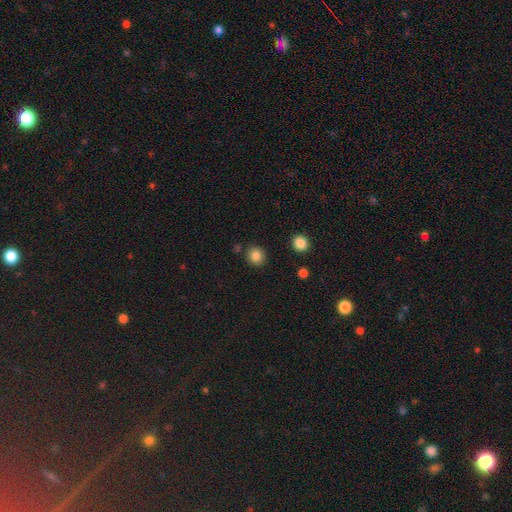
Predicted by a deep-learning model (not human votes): smooth-or-featured: smooth: 85% | star or artifact: 11% | featured or disk: 5%
  how-rounded: round: 85% | in between: 14% | cigar-shaped: 1%
  merging: none: 86% | minor disturbance: 8% | merger: 4% | major disturbance: 2%